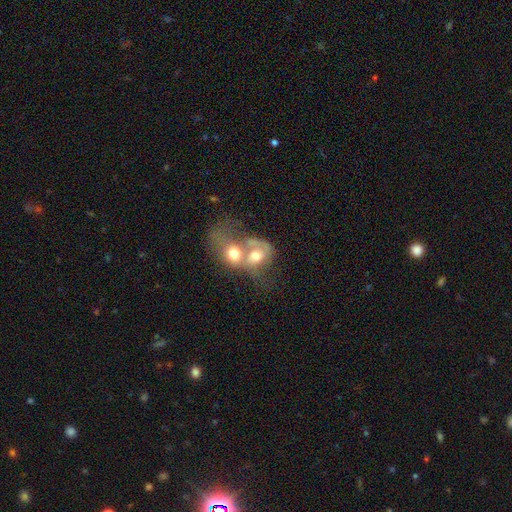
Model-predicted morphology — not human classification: smooth-or-featured: smooth: 47% | featured or disk: 44% | star or artifact: 9%
  merging: merger: 80% | major disturbance: 8% | none: 7% | minor disturbance: 4%